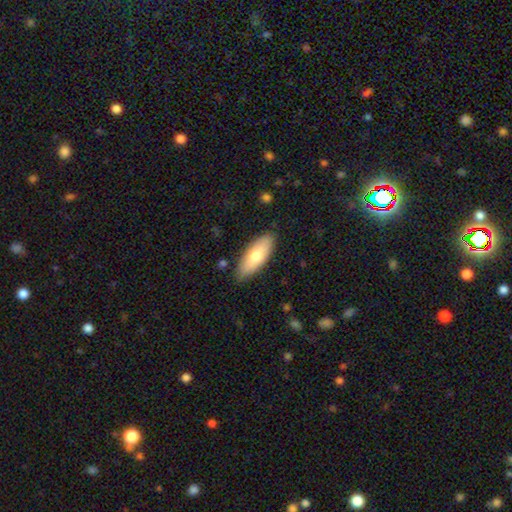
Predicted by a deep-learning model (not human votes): smooth 72%, featured or disk 22%, star or artifact 5%. Down the decision tree: how rounded — in between (73%); merging — none (86%).